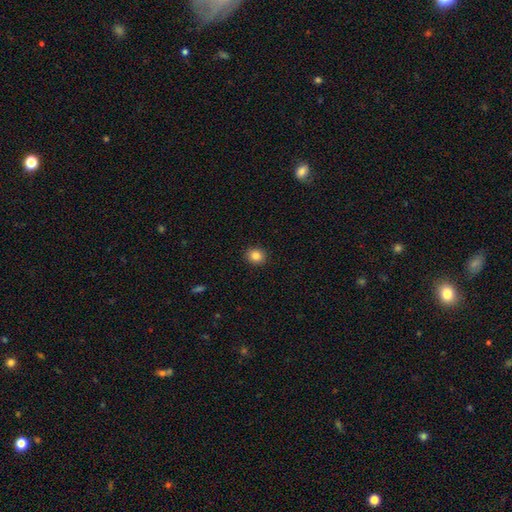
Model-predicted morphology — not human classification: A smooth galaxy with no disk features (85%) that is round (73%).

Vote fractions:
- Smooth or featured? smooth: 85% / star or artifact: 10% / featured or disk: 5%
- How rounded? round: 73% / in between: 26% / cigar-shaped: 1%
- Merging? none: 91% / minor disturbance: 6% / major disturbance: 2% / merger: 1%